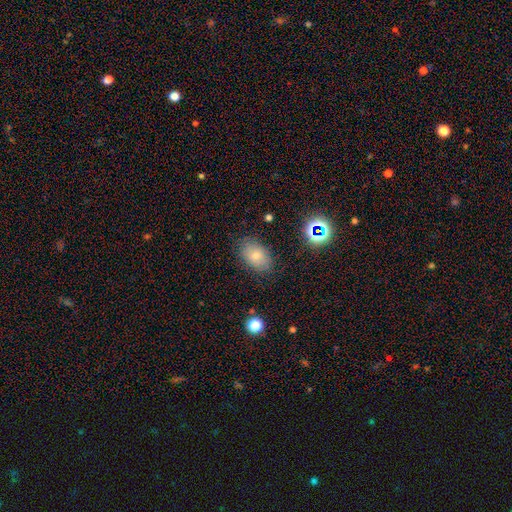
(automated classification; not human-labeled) This is likely a smooth galaxy (70%). How rounded: clearly in between (85%). Merging: clearly none (83%).